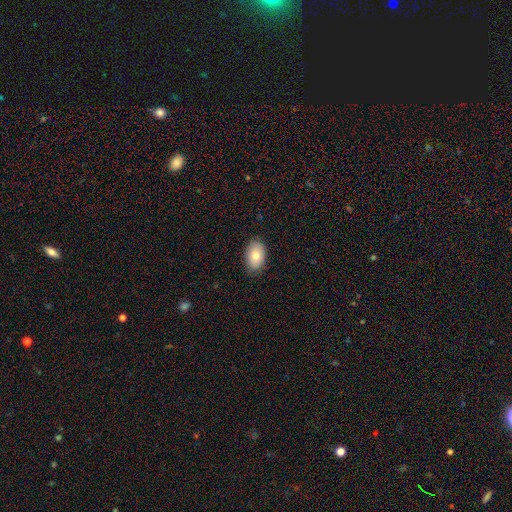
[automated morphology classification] Smooth or featured?
  - smooth: 78% *
  - featured or disk: 14%
  - star or artifact: 8%
How rounded?
  - in between: 90% *
  - round: 9%
  - cigar-shaped: 1%
Merging?
  - none: 86% *
  - minor disturbance: 11%
  - major disturbance: 2%
  - merger: 1%